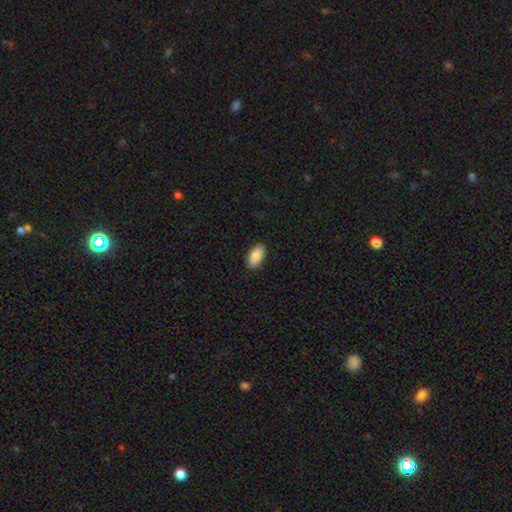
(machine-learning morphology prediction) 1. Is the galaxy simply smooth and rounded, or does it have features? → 84% smooth, 10% featured or disk, 6% star or artifact.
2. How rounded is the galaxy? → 94% in between, 3% round, 3% cigar-shaped.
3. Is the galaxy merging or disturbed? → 88% none, 9% minor disturbance, 2% major disturbance, 1% merger.